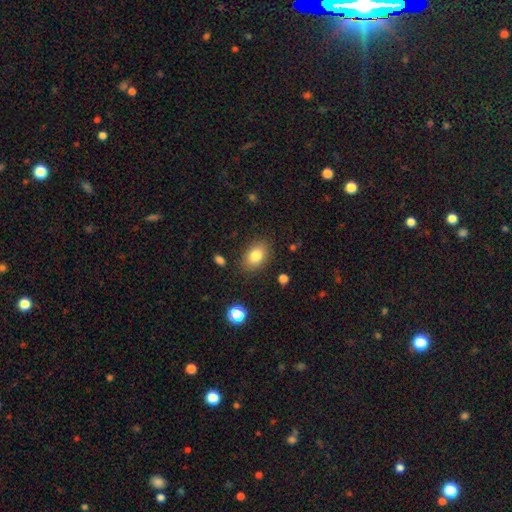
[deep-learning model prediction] smooth 82%, featured or disk 9%, star or artifact 9%. Down the decision tree: how rounded — in between (81%); merging — none (85%).